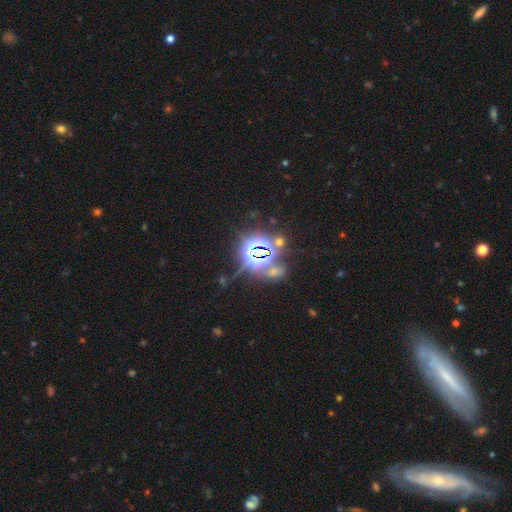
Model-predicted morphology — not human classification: Q: Smooth or featured?
A: star or artifact (80%); runner-up: smooth (12%)